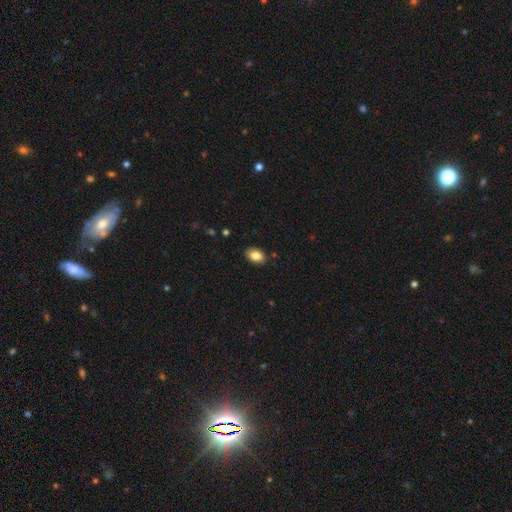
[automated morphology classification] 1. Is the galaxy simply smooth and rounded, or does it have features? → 85% smooth, 8% star or artifact, 7% featured or disk.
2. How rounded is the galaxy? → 86% in between, 13% round, 1% cigar-shaped.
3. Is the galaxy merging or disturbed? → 87% none, 9% minor disturbance, 2% major disturbance, 1% merger.